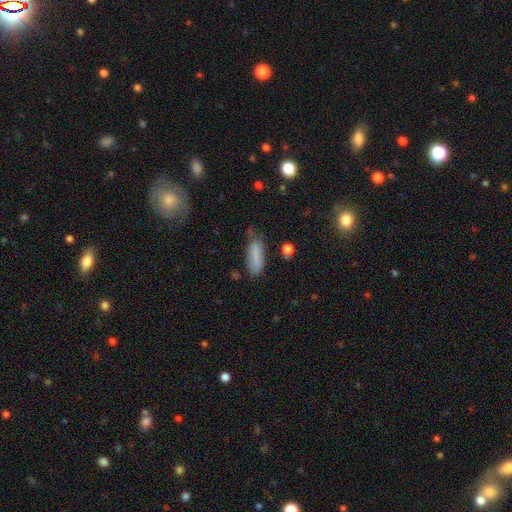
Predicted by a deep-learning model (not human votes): smooth_or_featured: smooth (p=0.80) [alt: featured or disk p=0.11]
how_rounded: in between (p=0.60) [alt: cigar-shaped p=0.38]
merging: none (p=0.60) [alt: minor disturbance p=0.28]